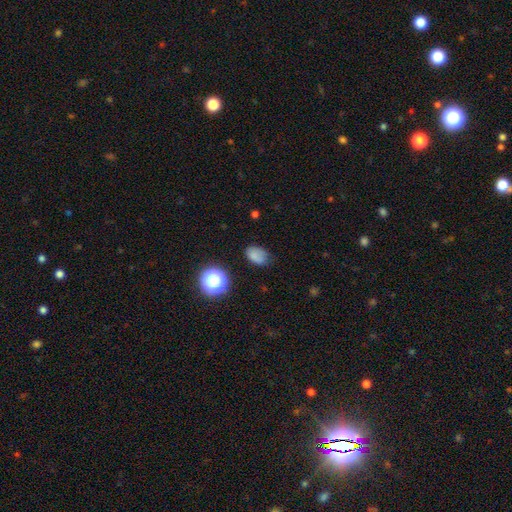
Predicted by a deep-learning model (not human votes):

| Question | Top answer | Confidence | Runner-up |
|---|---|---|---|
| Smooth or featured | smooth | 75% | star or artifact (16%) |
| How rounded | in between | 78% | round (21%) |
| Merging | none | 65% | minor disturbance (25%) |